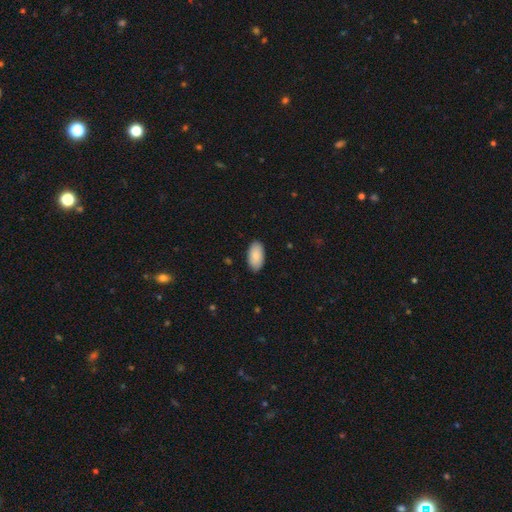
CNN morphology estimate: smooth_or_featured: smooth (p=0.88) [alt: featured or disk p=0.06]
how_rounded: in between (p=0.96) [alt: round p=0.02]
merging: none (p=0.88) [alt: minor disturbance p=0.09]